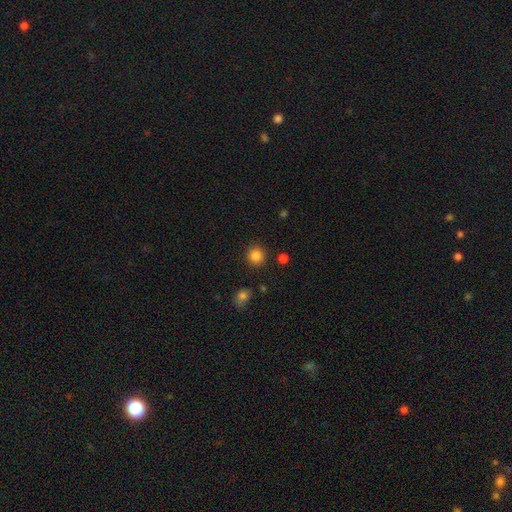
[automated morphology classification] Smooth or featured? Predicted: smooth (p=0.85). How rounded? Predicted: round (p=0.91). Merging? Predicted: none (p=0.89).